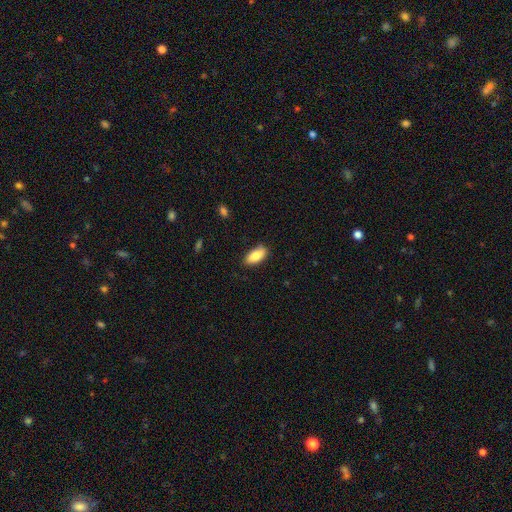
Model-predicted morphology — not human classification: A smooth galaxy with no disk features (85%) that is in between round and cigar-shaped (91%). Merging: none (81%).